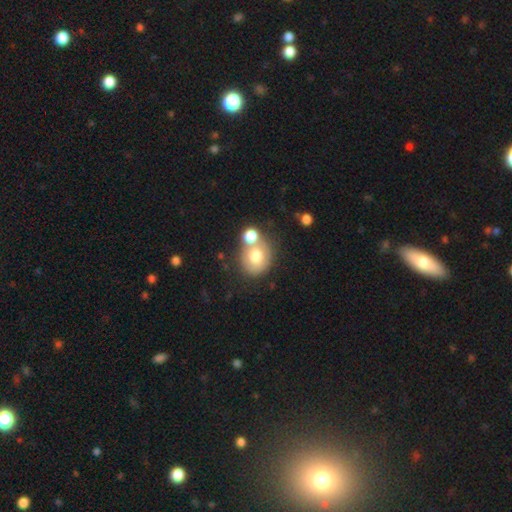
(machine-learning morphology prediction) Smooth or featured? smooth (72%)
How rounded? round (73%)
Merging? none (44%)